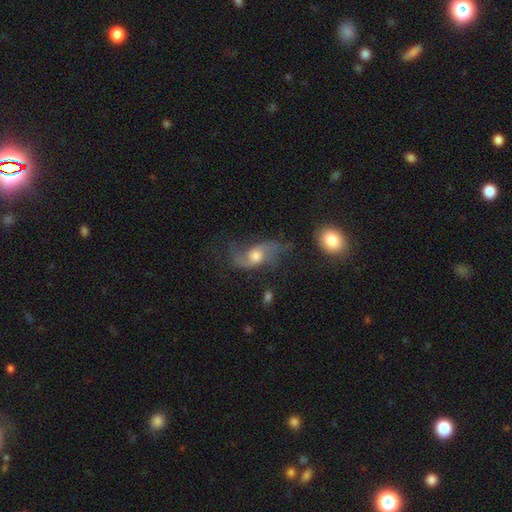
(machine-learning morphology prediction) Smooth or featured? featured or disk (73%)
Edge-on disk? no (94%)
Bar? no (61%)
Spiral arms? yes (90%)
Spiral winding? loose (74%)
Spiral arm count? 2 (89%)
Bulge size? moderate (64%)
Merging? none (51%)